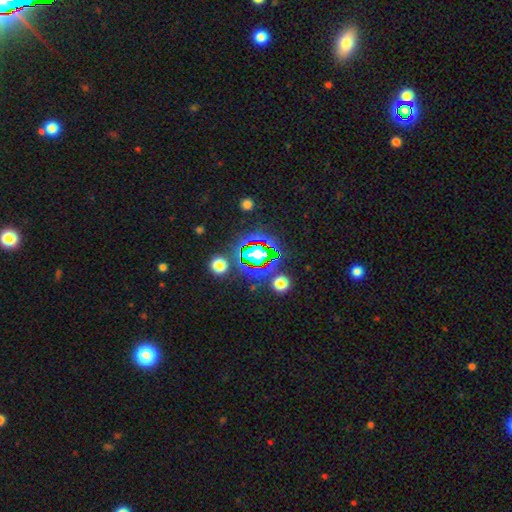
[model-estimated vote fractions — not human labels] A star or artifact, not a galaxy (62%).

Vote fractions:
- Smooth or featured? star or artifact: 62% / smooth: 26% / featured or disk: 12%